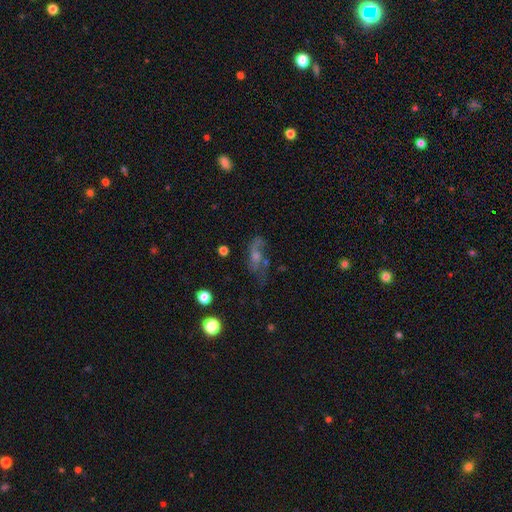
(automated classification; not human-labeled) A featured or disk galaxy (52%). Merging: none (47%).